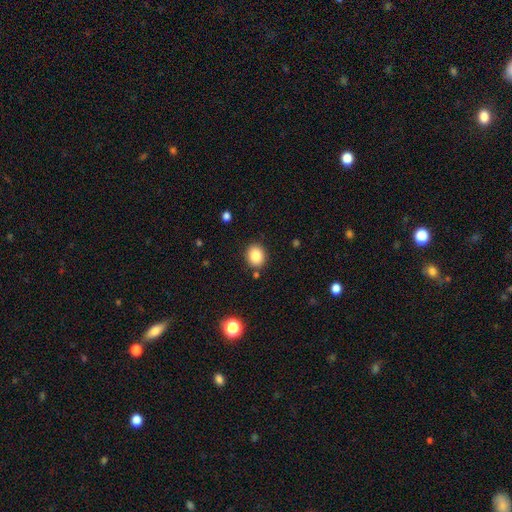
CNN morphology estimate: type=smooth (85%); roundness=round (65%); merging=none (86%).